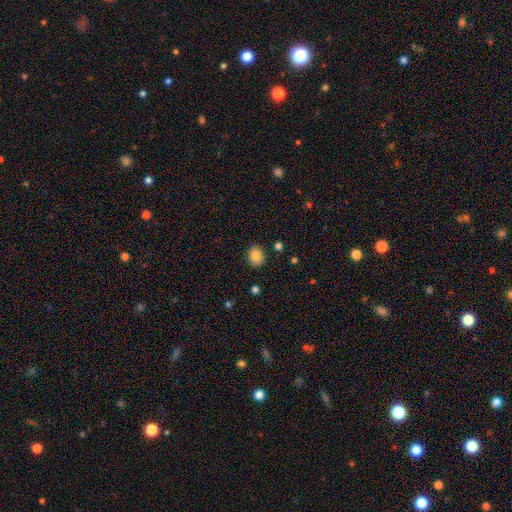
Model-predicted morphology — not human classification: type=smooth (85%); roundness=round (52%); merging=none (87%).